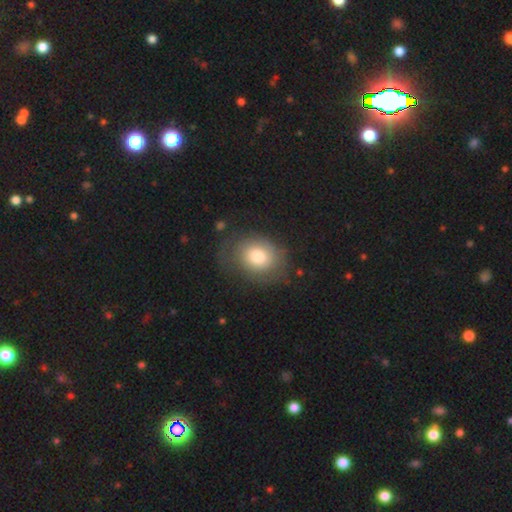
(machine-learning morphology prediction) A smooth galaxy with no disk features (69%) that is round (50%). Merging: none (65%).